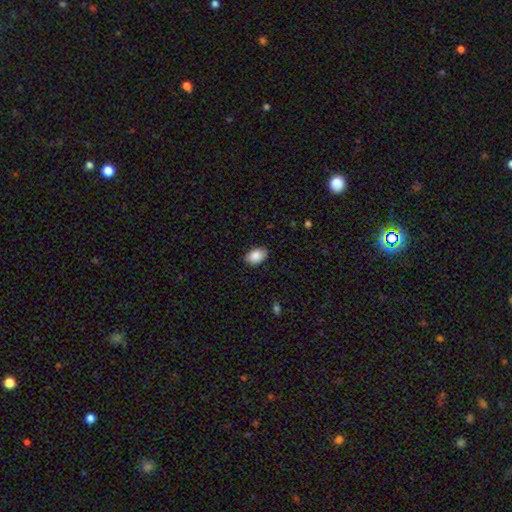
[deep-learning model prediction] A smooth galaxy with no disk features (88%) that is in between round and cigar-shaped (89%).

Vote fractions:
- Smooth or featured? smooth: 88% / star or artifact: 7% / featured or disk: 5%
- How rounded? in between: 89% / round: 10% / cigar-shaped: 1%
- Merging? none: 85% / minor disturbance: 12% / major disturbance: 2% / merger: 1%